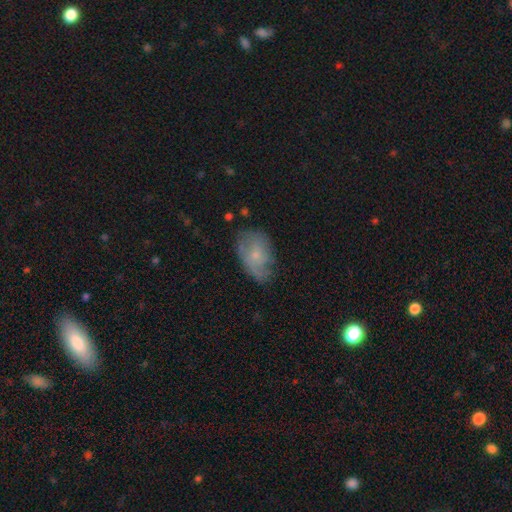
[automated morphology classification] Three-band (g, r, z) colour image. It shows a smooth galaxy with no disk features (50%). Merging: none (52%).